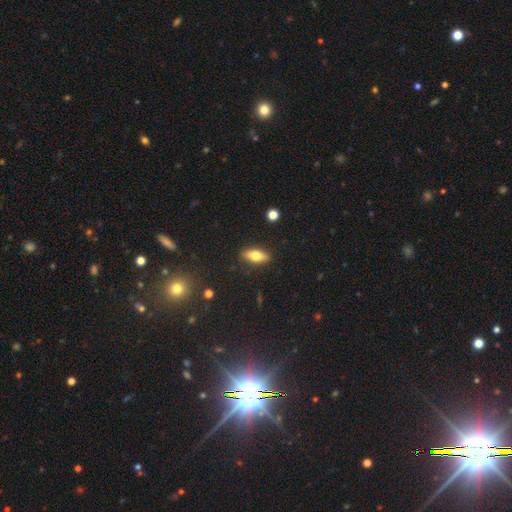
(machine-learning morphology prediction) Overall: smooth (68%). How rounded: in between (72%). Merging: none (87%).